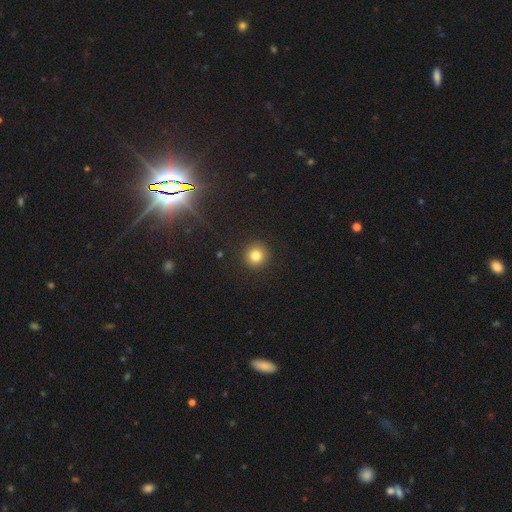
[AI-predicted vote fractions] A smooth galaxy with no disk features (82%) that is round (95%).

Vote fractions:
- Smooth or featured? smooth: 82% / star or artifact: 12% / featured or disk: 6%
- How rounded? round: 95% / in between: 4% / cigar-shaped: 1%
- Merging? none: 92% / minor disturbance: 5% / major disturbance: 2% / merger: 1%